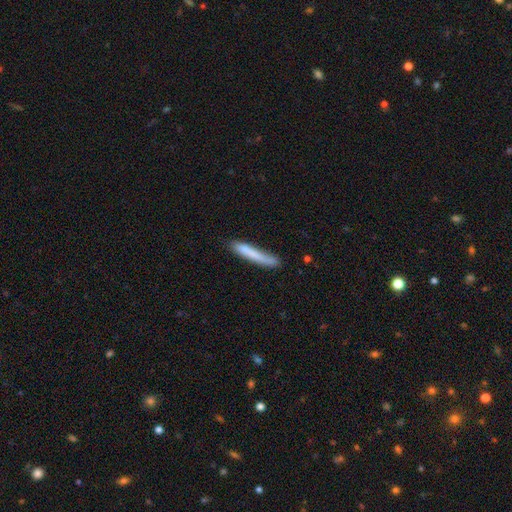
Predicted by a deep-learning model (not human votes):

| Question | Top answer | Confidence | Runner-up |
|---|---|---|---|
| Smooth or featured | smooth | 73% | featured or disk (20%) |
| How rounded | cigar-shaped | 92% | in between (6%) |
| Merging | none | 61% | minor disturbance (24%) |